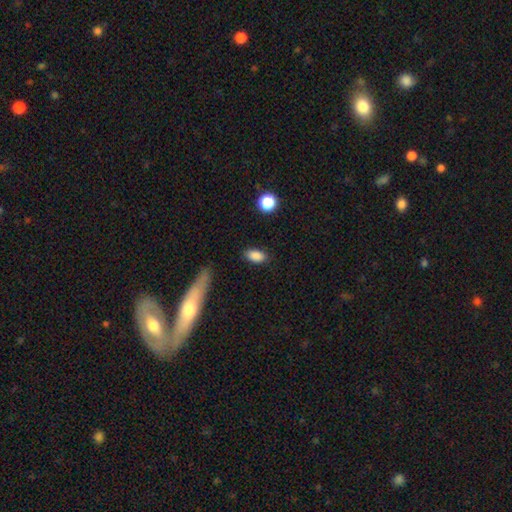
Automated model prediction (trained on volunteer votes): Q: Smooth or featured?
A: smooth (88%); runner-up: star or artifact (8%)
Q: How rounded?
A: in between (90%); runner-up: round (6%)
Q: Merging?
A: none (84%); runner-up: minor disturbance (11%)